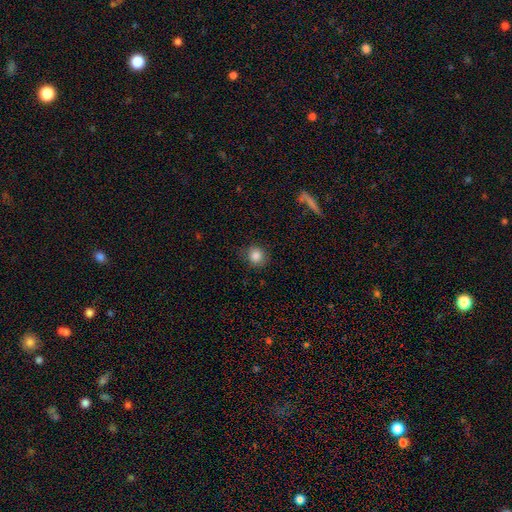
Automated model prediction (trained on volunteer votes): A smooth galaxy with no disk features (85%) that is round (85%). Merging: none (81%).